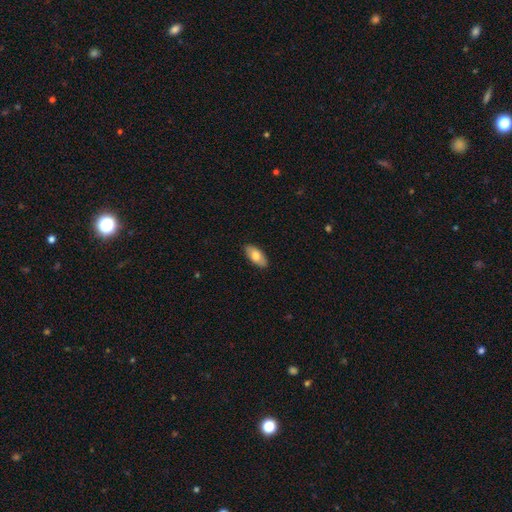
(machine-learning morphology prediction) A smooth galaxy with no disk features (75%) that is in between round and cigar-shaped (92%). Merging: none (88%).